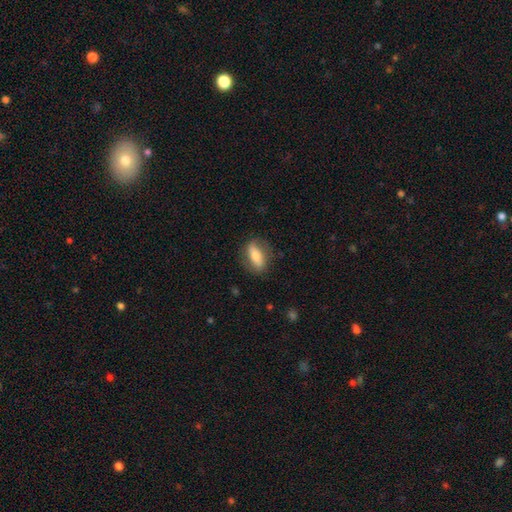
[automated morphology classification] type=smooth (63%); roundness=in between (73%); merging=none (80%).